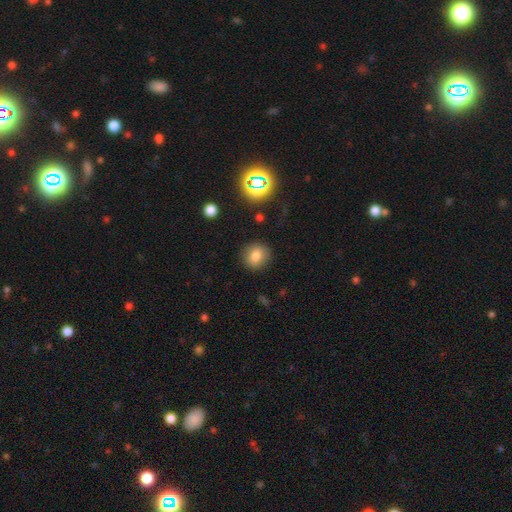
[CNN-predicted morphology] smooth-or-featured: smooth: 77% | star or artifact: 13% | featured or disk: 9%
  how-rounded: round: 80% | in between: 19% | cigar-shaped: 1%
  merging: none: 86% | minor disturbance: 9% | major disturbance: 3% | merger: 2%